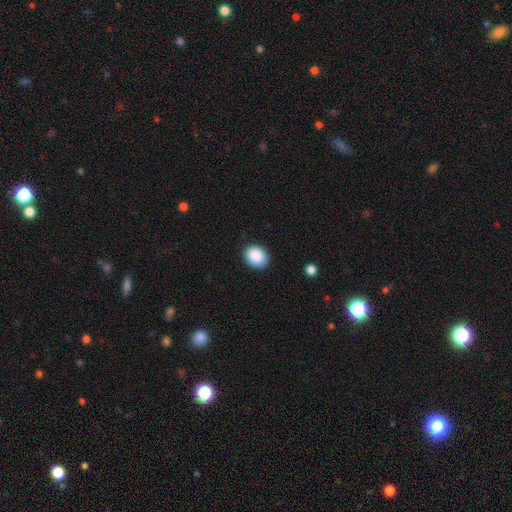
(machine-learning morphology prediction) A smooth galaxy with no disk features (89%) that is in between round and cigar-shaped (57%). Merging: none (88%).